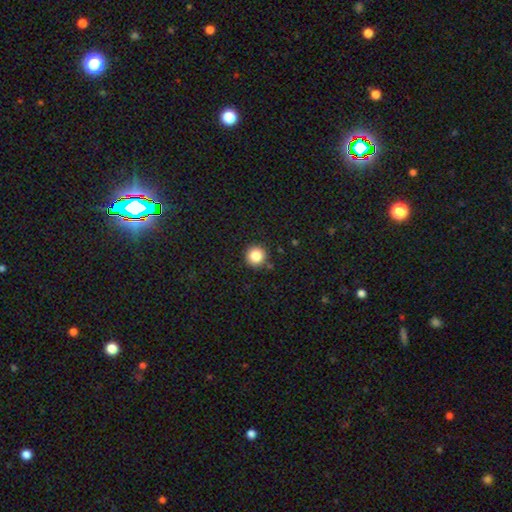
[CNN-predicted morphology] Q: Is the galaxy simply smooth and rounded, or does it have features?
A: smooth — 85%.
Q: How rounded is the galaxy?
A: round — 96%.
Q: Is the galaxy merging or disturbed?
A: none — 90%.